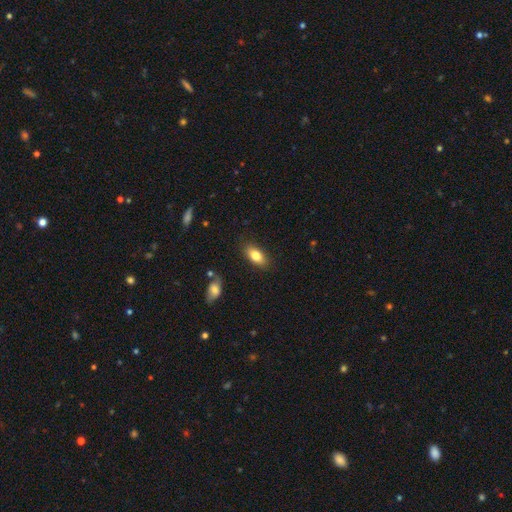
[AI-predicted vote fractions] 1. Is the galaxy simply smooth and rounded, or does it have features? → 82% smooth, 11% featured or disk, 7% star or artifact.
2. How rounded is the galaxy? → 86% in between, 10% cigar-shaped, 4% round.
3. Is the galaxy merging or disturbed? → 85% none, 11% minor disturbance, 3% major disturbance, 2% merger.